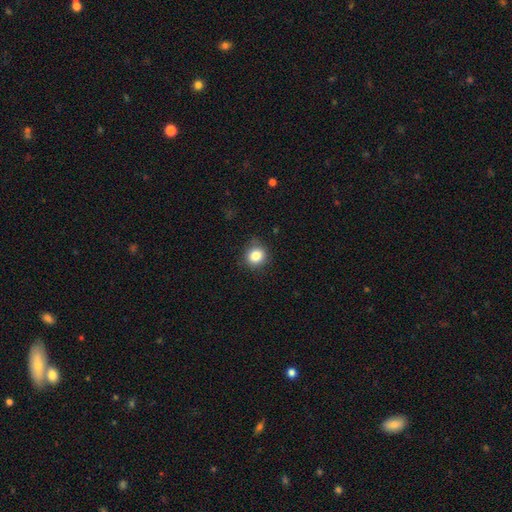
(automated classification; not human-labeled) A smooth galaxy with no disk features (83%) that is round (83%).

Vote fractions:
- Smooth or featured? smooth: 83% / star or artifact: 11% / featured or disk: 6%
- How rounded? round: 83% / in between: 16% / cigar-shaped: 1%
- Merging? none: 85% / minor disturbance: 12% / major disturbance: 3% / merger: 1%